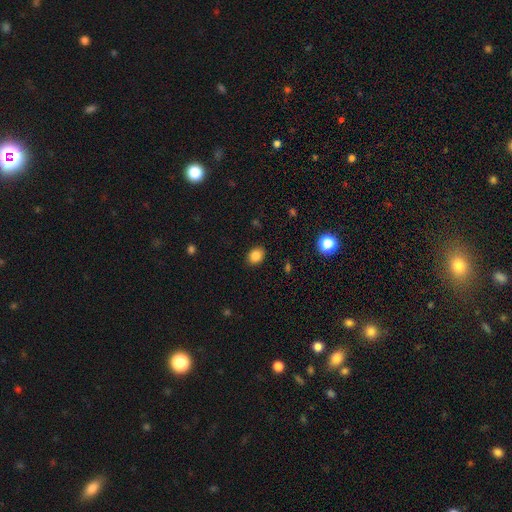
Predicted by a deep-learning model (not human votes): Smooth or featured? Predicted: smooth (p=0.84). How rounded? Predicted: in between (p=0.58). Merging? Predicted: none (p=0.89).